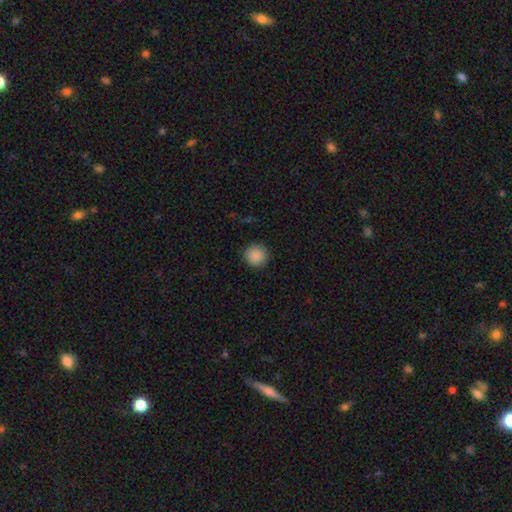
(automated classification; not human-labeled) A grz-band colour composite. It shows a smooth galaxy with no disk features (89%) that is round (94%). Merging: none (91%).